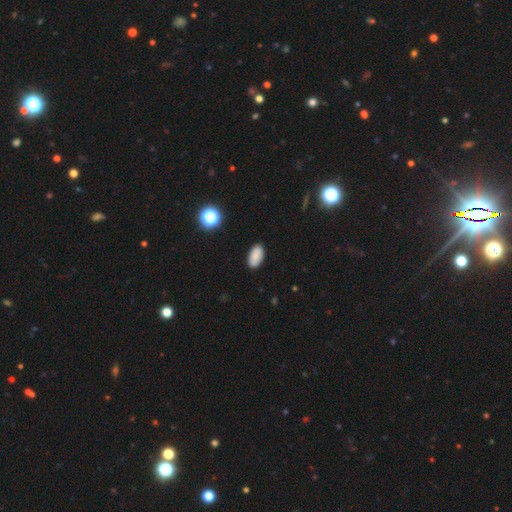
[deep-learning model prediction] Overall: smooth (86%). How rounded: in between (94%). Merging: none (88%).